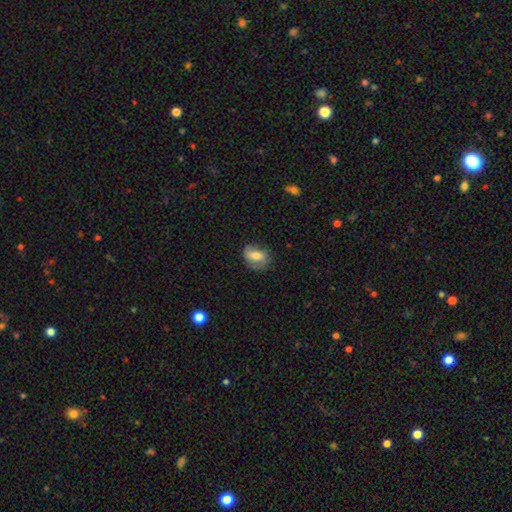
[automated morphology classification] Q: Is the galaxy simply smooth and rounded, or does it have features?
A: smooth — 48%.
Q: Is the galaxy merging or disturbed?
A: none — 69%.